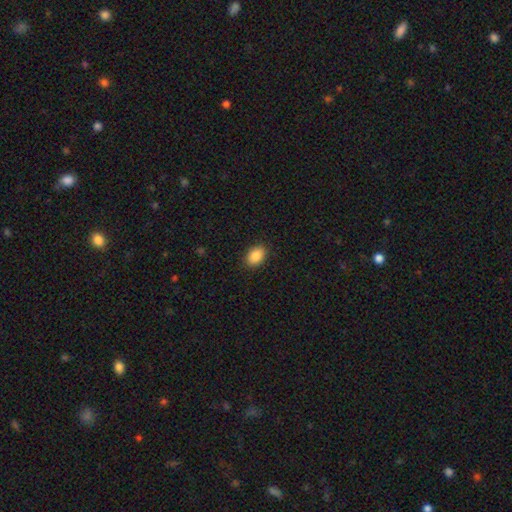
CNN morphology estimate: The model was most divided on "how rounded": in between: 84%, round: 15%, cigar-shaped: 1%. More confident: merging — none (89%); smooth or featured — smooth (89%).